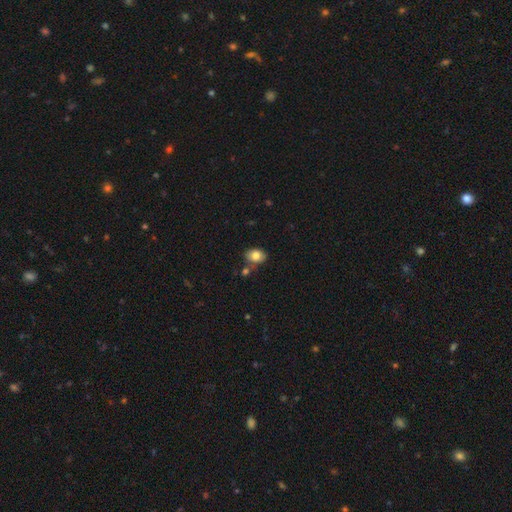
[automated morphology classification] Smooth or featured?
  - smooth: 79% *
  - featured or disk: 13%
  - star or artifact: 9%
How rounded?
  - in between: 70% *
  - round: 29%
  - cigar-shaped: 1%
Merging?
  - none: 68% *
  - minor disturbance: 16%
  - merger: 12%
  - major disturbance: 4%